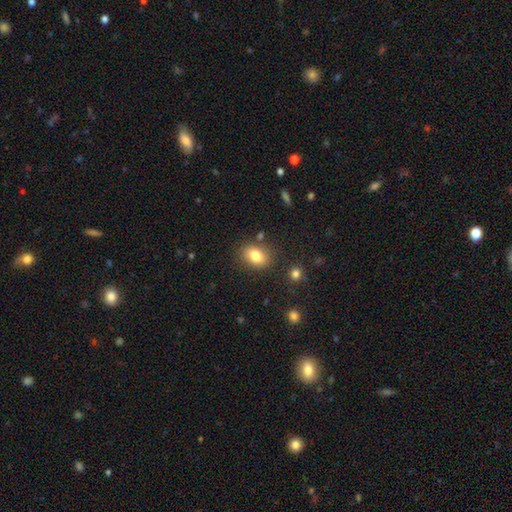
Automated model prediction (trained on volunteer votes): Smooth or featured?
  - smooth: 80% *
  - featured or disk: 10%
  - star or artifact: 10%
How rounded?
  - in between: 70% *
  - round: 28%
  - cigar-shaped: 1%
Merging?
  - none: 81% *
  - minor disturbance: 12%
  - merger: 4%
  - major disturbance: 3%